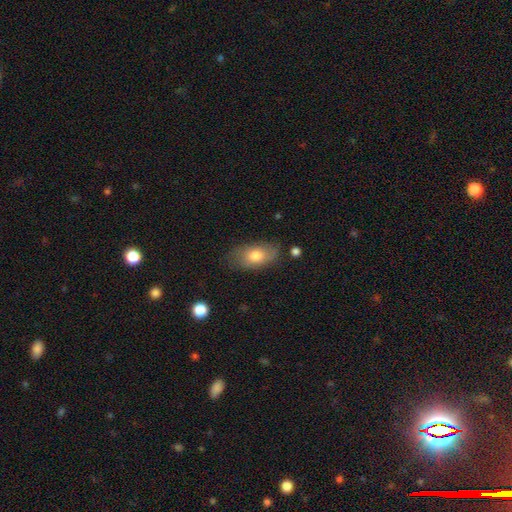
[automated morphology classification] This is likely a smooth galaxy (72%). How rounded: clearly in between (90%). Merging: likely none (70%).